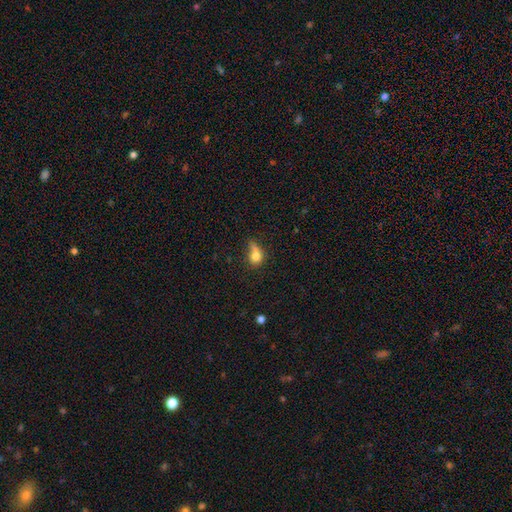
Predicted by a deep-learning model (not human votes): smooth-or-featured: smooth: 73% | featured or disk: 15% | star or artifact: 11%
  how-rounded: round: 56% | in between: 40% | cigar-shaped: 4%
  merging: none: 32% | major disturbance: 26% | minor disturbance: 26% | merger: 16%